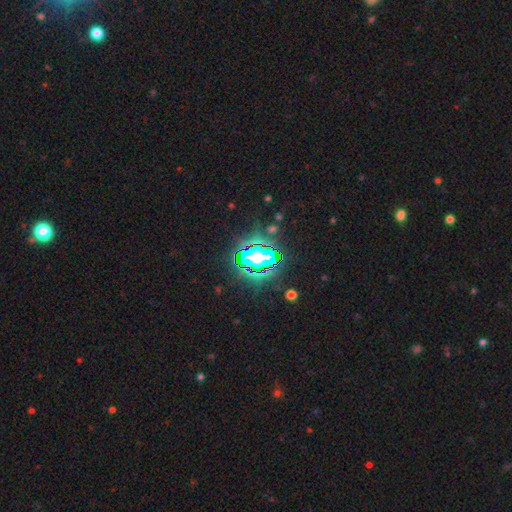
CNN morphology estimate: Smooth or featured?
  - star or artifact: 81% *
  - smooth: 12%
  - featured or disk: 8%